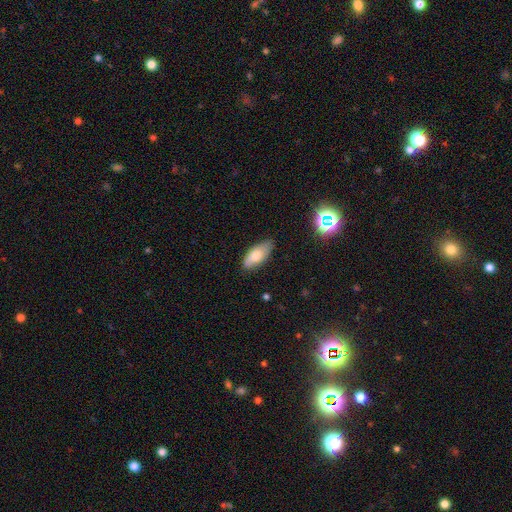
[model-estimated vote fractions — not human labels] This is likely a smooth galaxy (72%). How rounded: clearly in between (84%). Merging: likely none (75%).